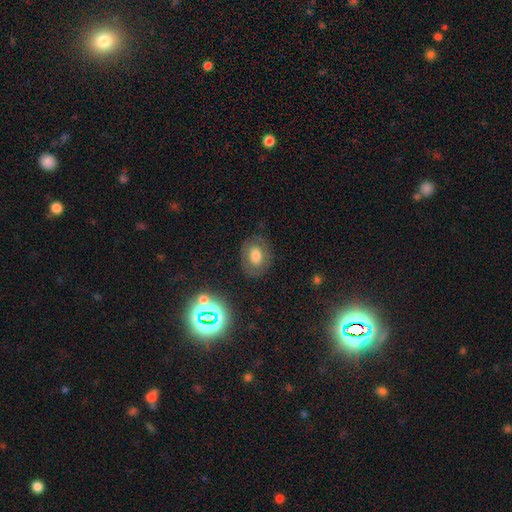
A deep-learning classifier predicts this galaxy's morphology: Smooth or featured? smooth (60%)
How rounded? in between (62%)
Merging? none (81%)